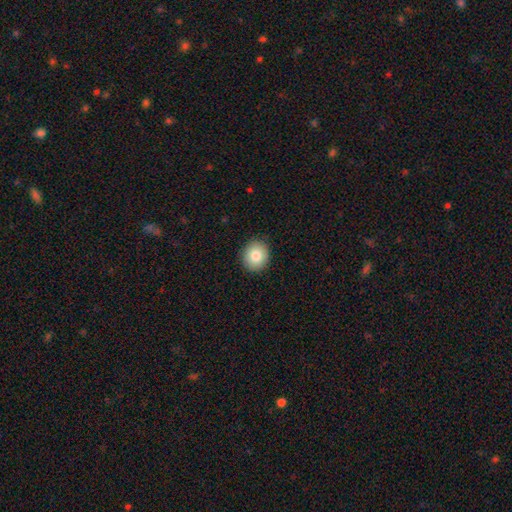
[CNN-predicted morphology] This appears to be a smooth galaxy with no disk features (84%) that is round (77%). Merging: none (91%).